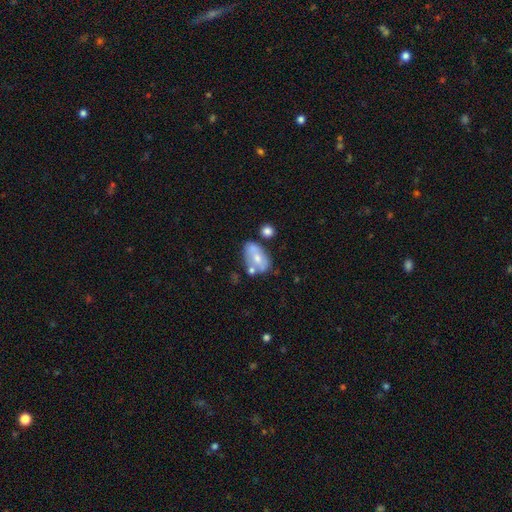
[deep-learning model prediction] A smooth galaxy with no disk features (48%).

Vote fractions:
- Smooth or featured? smooth: 48% / featured or disk: 45% / star or artifact: 8%
- Merging? none: 42% / merger: 26% / minor disturbance: 22% / major disturbance: 10%